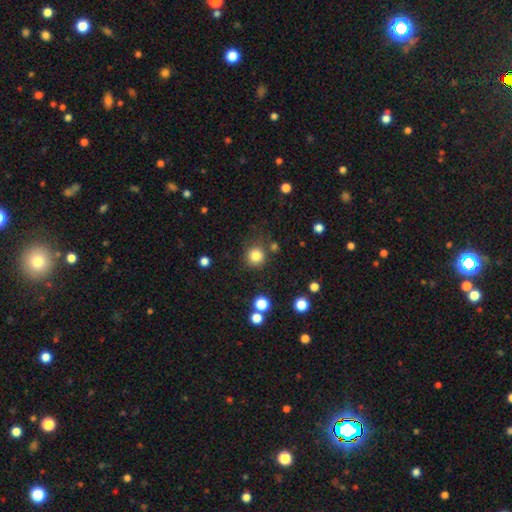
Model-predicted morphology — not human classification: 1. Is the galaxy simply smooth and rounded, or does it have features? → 83% smooth, 12% star or artifact, 5% featured or disk.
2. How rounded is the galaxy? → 93% round, 6% in between, 1% cigar-shaped.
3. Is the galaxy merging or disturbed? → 82% none, 10% minor disturbance, 5% merger, 4% major disturbance.